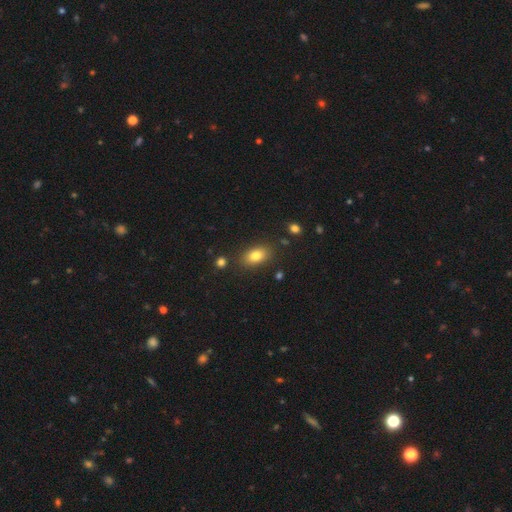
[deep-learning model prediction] A smooth galaxy with no disk features (81%) that is in between round and cigar-shaped (86%). Merging: none (84%).